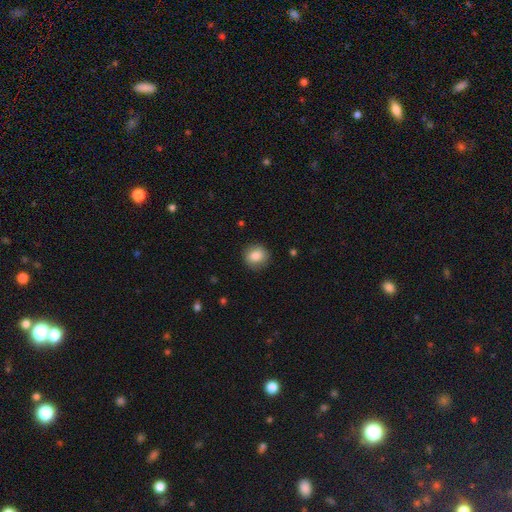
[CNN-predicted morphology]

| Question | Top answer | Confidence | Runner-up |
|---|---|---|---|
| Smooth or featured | smooth | 82% | featured or disk (9%) |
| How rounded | round | 85% | in between (14%) |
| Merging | none | 86% | minor disturbance (11%) |